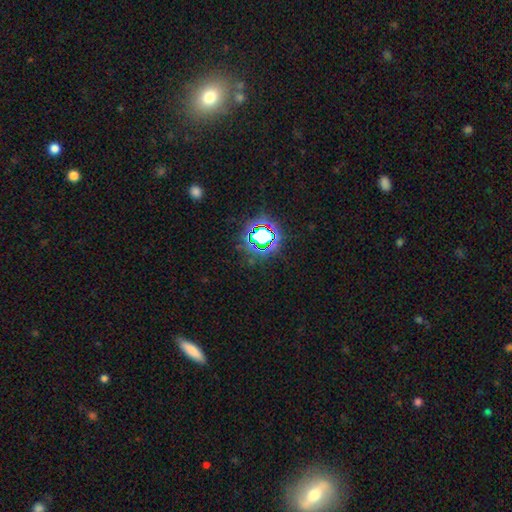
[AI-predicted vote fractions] Smooth or featured? star or artifact (72%)